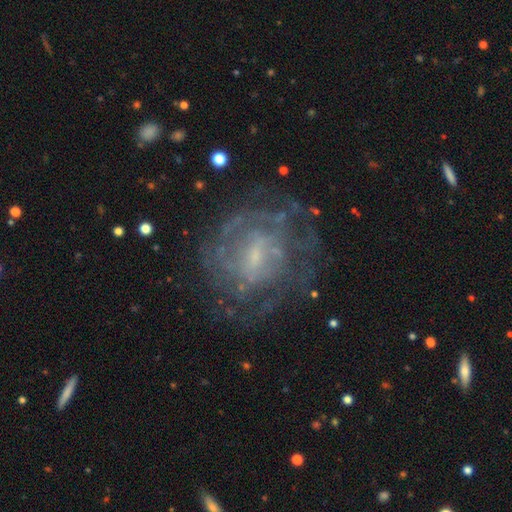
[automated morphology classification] Smooth or featured? Predicted: featured or disk (p=0.76). Edge-on disk? Predicted: no (p=0.97). Bar? Predicted: weak (p=0.50). Spiral arms? Predicted: yes (p=0.72). Spiral winding? Predicted: tight (p=0.57). Spiral arm count? Predicted: can't tell (p=0.60). Bulge size? Predicted: small (p=0.64). Merging? Predicted: none (p=0.68).